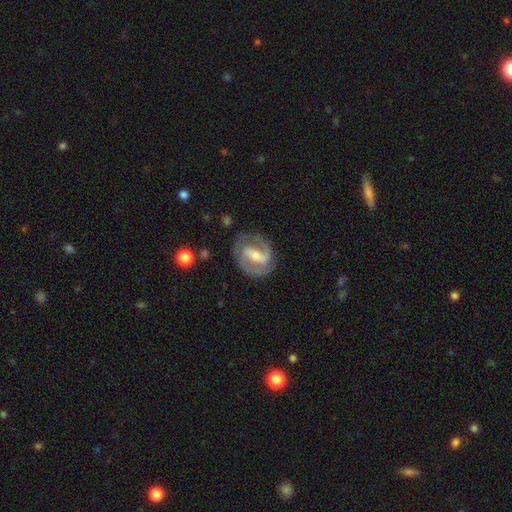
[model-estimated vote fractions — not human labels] This is clearly a featured or disk galaxy (84%). It is clearly not viewed edge-on (97%). Bar: possibly strong (50%). Spiral arm pattern: clearly yes (92%). Spiral arm count: clearly 2 (87%). Spiral winding: possibly medium (50%). Central bulge: possibly moderate (47%). Merging: likely none (78%).